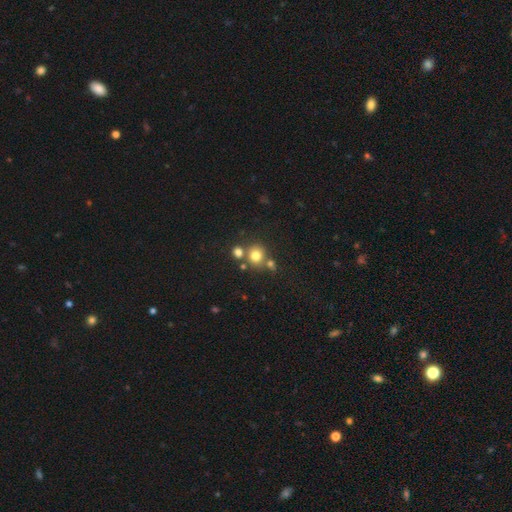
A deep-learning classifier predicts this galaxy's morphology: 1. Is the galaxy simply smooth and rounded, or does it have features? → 77% smooth, 14% star or artifact, 9% featured or disk.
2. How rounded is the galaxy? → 85% round, 14% in between, 1% cigar-shaped.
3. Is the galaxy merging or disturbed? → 64% none, 23% merger, 9% minor disturbance, 4% major disturbance.